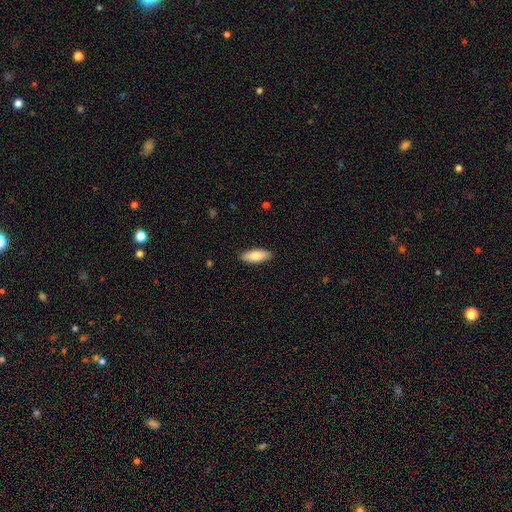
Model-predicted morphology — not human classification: Smooth or featured?
  - smooth: 82% *
  - featured or disk: 13%
  - star or artifact: 6%
How rounded?
  - in between: 72% *
  - cigar-shaped: 26%
  - round: 2%
Merging?
  - none: 89% *
  - minor disturbance: 8%
  - major disturbance: 2%
  - merger: 1%